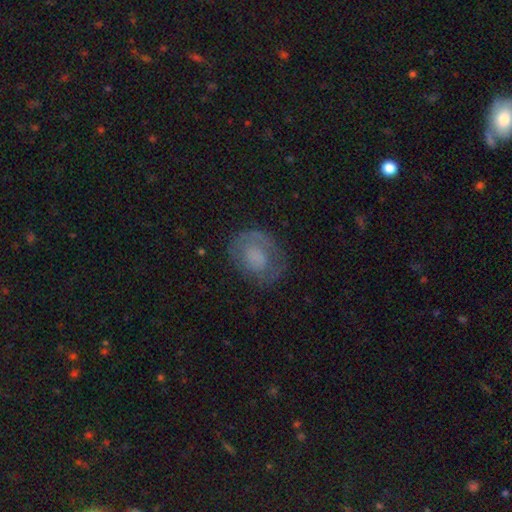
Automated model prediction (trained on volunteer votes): smooth-or-featured: smooth: 50% | featured or disk: 40% | star or artifact: 10%
  merging: none: 63% | minor disturbance: 21% | major disturbance: 14% | merger: 2%